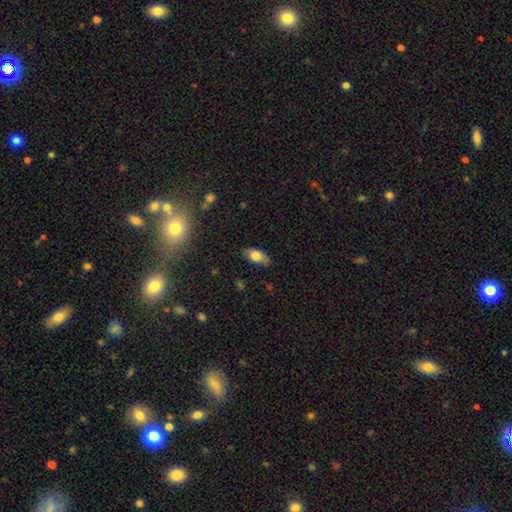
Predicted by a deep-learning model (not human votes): This is likely a smooth galaxy (74%). How rounded: clearly in between (86%). Merging: likely none (80%).